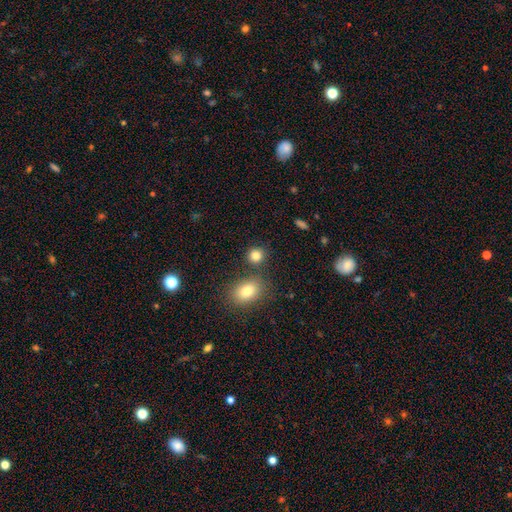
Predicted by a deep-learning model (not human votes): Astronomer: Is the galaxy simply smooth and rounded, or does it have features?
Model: smooth — 83%.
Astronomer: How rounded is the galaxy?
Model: round — 79%.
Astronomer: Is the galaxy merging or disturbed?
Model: none — 76%.